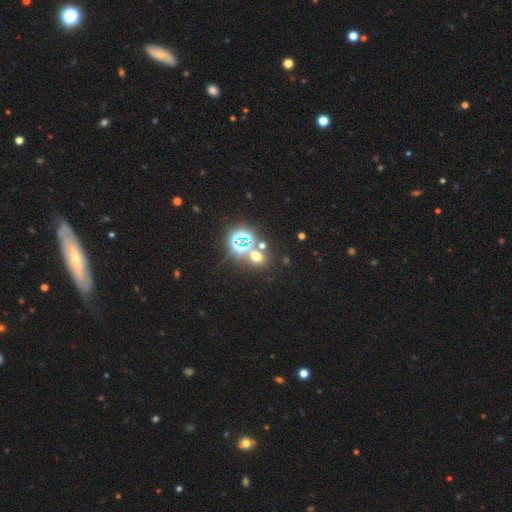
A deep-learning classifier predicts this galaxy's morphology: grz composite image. It shows a star or artifact, not a galaxy (47%).